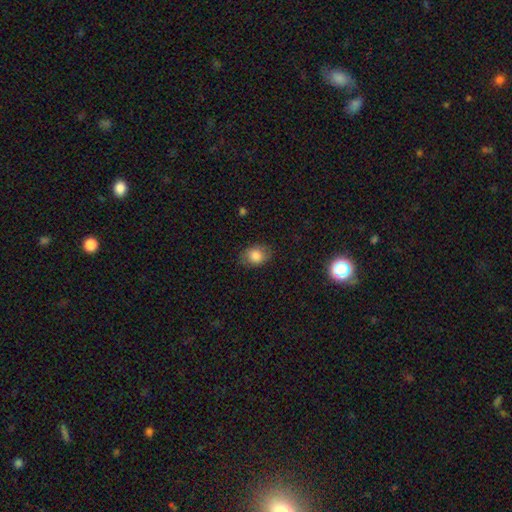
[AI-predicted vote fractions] Q: Smooth or featured?
A: smooth (83%); runner-up: star or artifact (9%)
Q: How rounded?
A: in between (63%); runner-up: round (36%)
Q: Merging?
A: none (77%); runner-up: minor disturbance (18%)